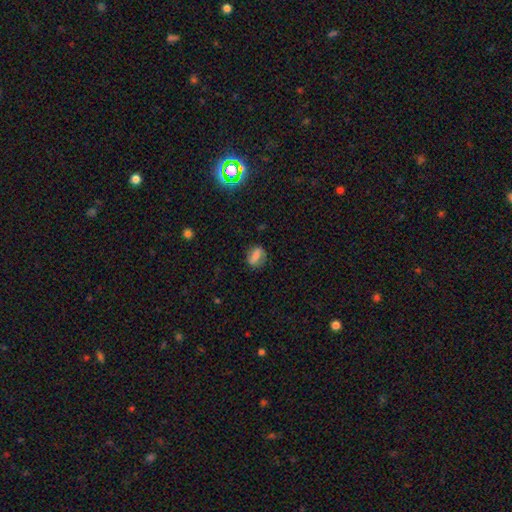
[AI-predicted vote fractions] smooth-or-featured: smooth: 53% | featured or disk: 36% | star or artifact: 11%
  how-rounded: in between: 51% | round: 44% | cigar-shaped: 4%
  merging: none: 81% | minor disturbance: 14% | major disturbance: 4% | merger: 1%